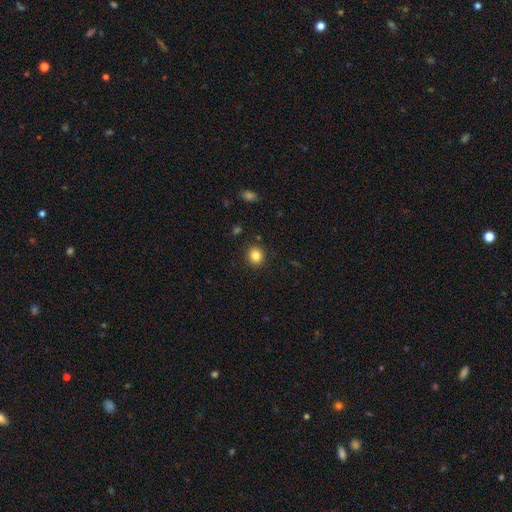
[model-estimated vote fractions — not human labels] Smooth or featured: smooth — 83% (star or artifact — 11%)
How rounded: round — 83% (in between — 16%)
Merging: none — 90% (minor disturbance — 6%)